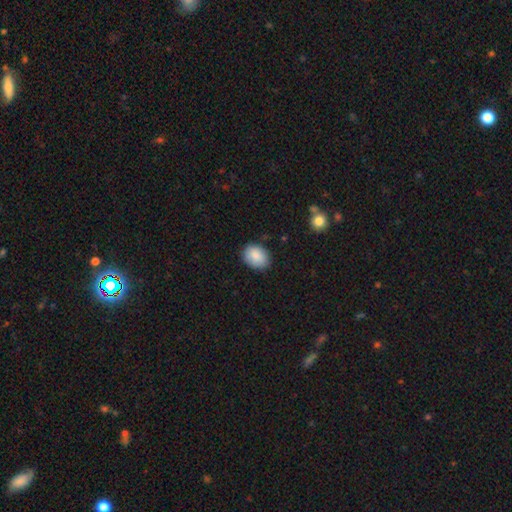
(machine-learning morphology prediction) This appears to be a smooth galaxy with no disk features (87%) that is in between round and cigar-shaped (68%). Merging: none (81%).